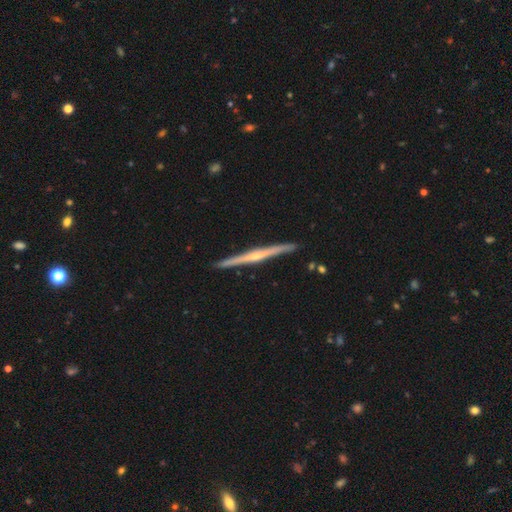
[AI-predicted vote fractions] Smooth or featured: featured or disk — 76% (smooth — 19%)
Edge-on disk: yes — 98% (no — 2%)
Edge-on bulge: rounded — 62% (none — 29%)
Merging: none — 91% (minor disturbance — 6%)